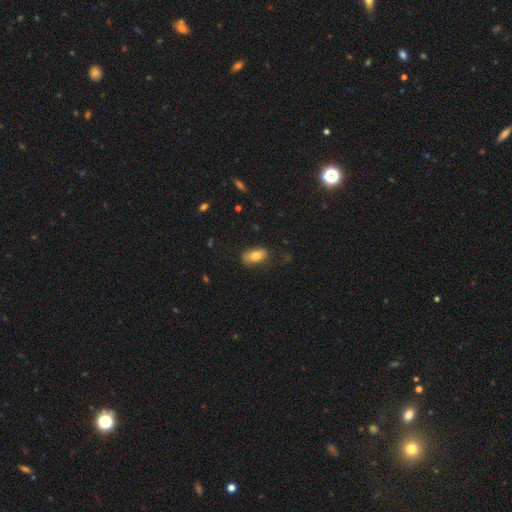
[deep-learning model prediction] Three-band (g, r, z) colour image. It shows a smooth galaxy with no disk features (78%) that is in between round and cigar-shaped (90%). Merging: none (66%).